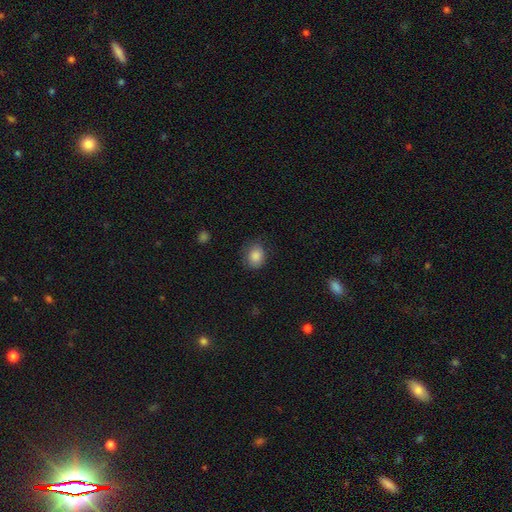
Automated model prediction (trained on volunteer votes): Q: Smooth or featured?
A: smooth (86%); runner-up: star or artifact (9%)
Q: How rounded?
A: round (56%); runner-up: in between (43%)
Q: Merging?
A: none (75%); runner-up: minor disturbance (19%)